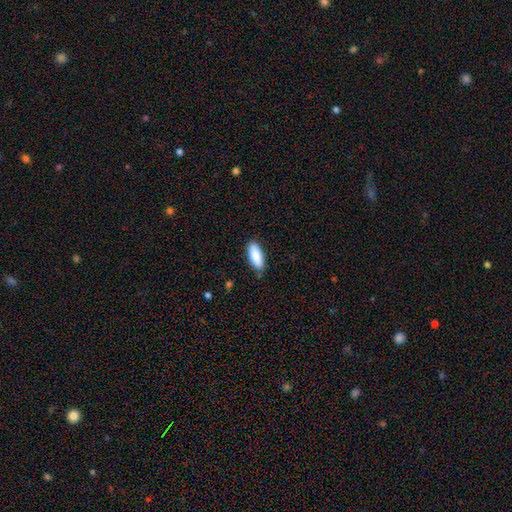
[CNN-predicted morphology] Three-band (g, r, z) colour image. It shows a smooth galaxy with no disk features (89%) that is in between round and cigar-shaped (77%). Merging: none (82%).